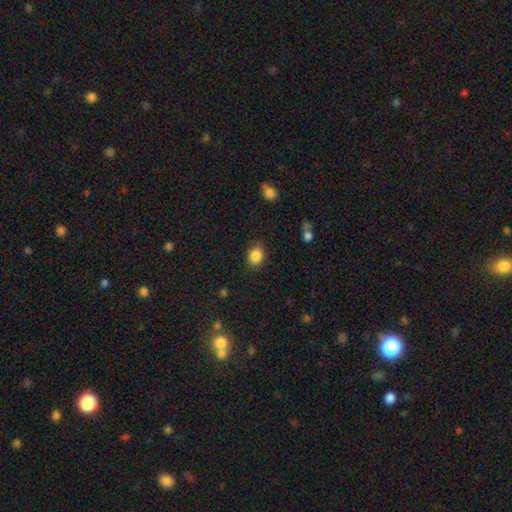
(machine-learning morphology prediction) smooth_or_featured: smooth (p=0.86) [alt: star or artifact p=0.10]
how_rounded: round (p=0.52) [alt: in between p=0.47]
merging: none (p=0.84) [alt: minor disturbance p=0.12]